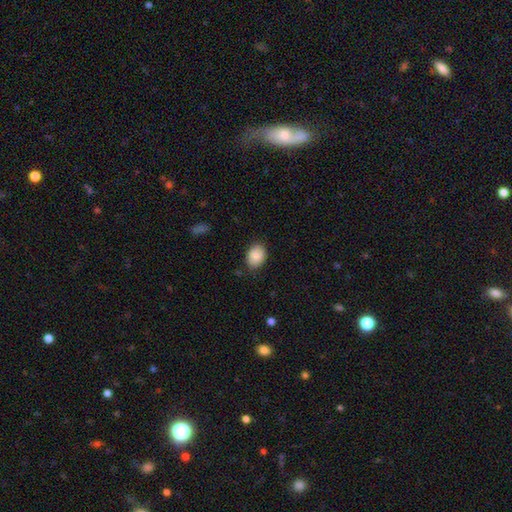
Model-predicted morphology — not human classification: Smooth or featured: smooth — 89% (star or artifact — 7%)
How rounded: in between — 68% (round — 31%)
Merging: none — 82% (minor disturbance — 14%)